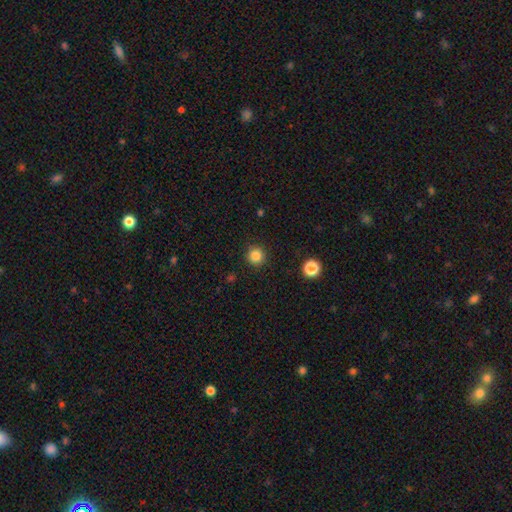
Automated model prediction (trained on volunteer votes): smooth_or_featured: smooth (p=0.85) [alt: star or artifact p=0.12]
how_rounded: round (p=0.95) [alt: in between p=0.04]
merging: none (p=0.91) [alt: minor disturbance p=0.05]